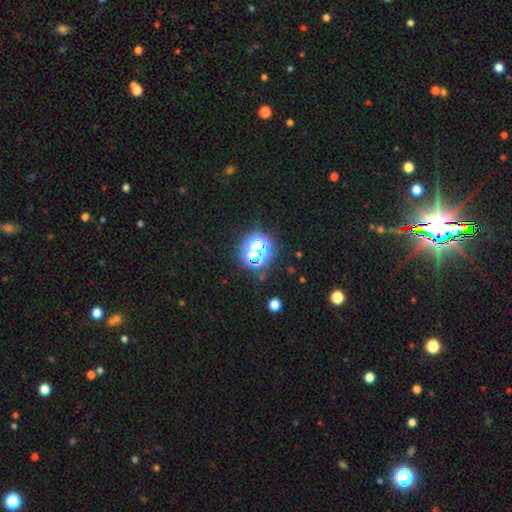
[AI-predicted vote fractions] Morphology: type=star or artifact (60%).